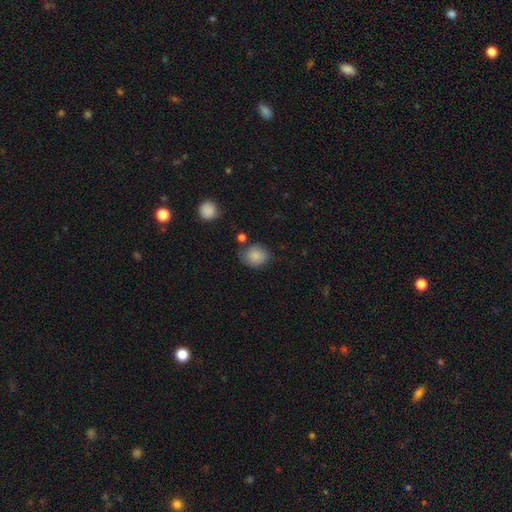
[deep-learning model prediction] A smooth galaxy with no disk features (85%) that is round (63%). Merging: none (65%).